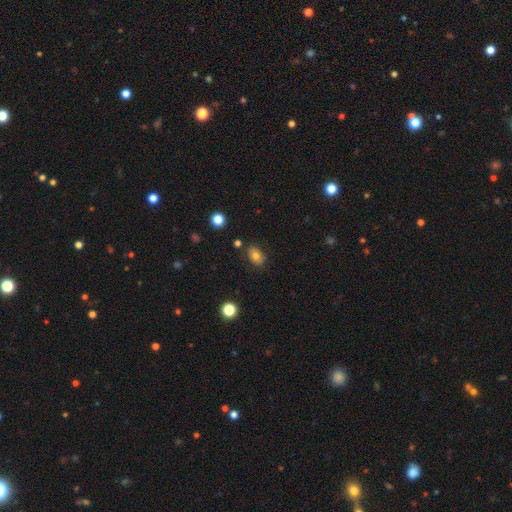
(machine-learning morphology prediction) A smooth galaxy with no disk features (76%) that is in between round and cigar-shaped (75%).

Vote fractions:
- Smooth or featured? smooth: 76% / featured or disk: 13% / star or artifact: 12%
- How rounded? in between: 75% / round: 24% / cigar-shaped: 1%
- Merging? none: 81% / minor disturbance: 13% / merger: 3% / major disturbance: 3%